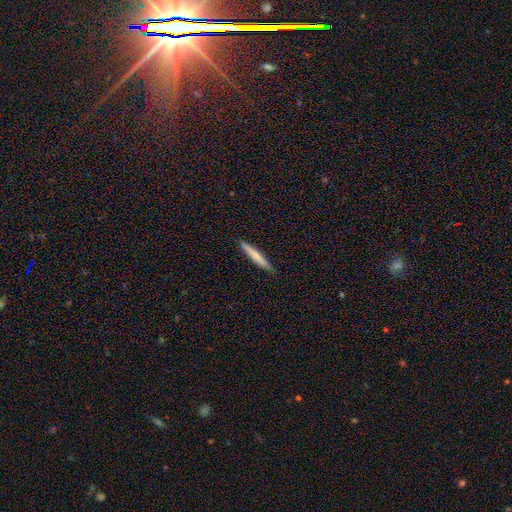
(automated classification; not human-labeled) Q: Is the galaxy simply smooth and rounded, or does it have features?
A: smooth — 61%.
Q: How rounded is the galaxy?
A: cigar-shaped — 95%.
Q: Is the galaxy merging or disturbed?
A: none — 90%.